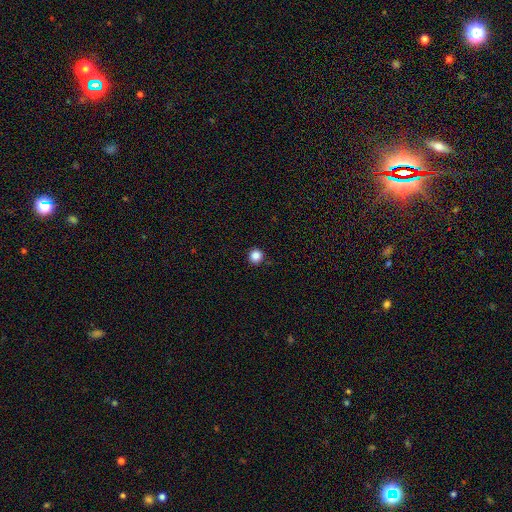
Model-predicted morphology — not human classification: smooth_or_featured: smooth (p=0.86) [alt: star or artifact p=0.11]
how_rounded: round (p=0.95) [alt: in between p=0.04]
merging: none (p=0.92) [alt: minor disturbance p=0.05]